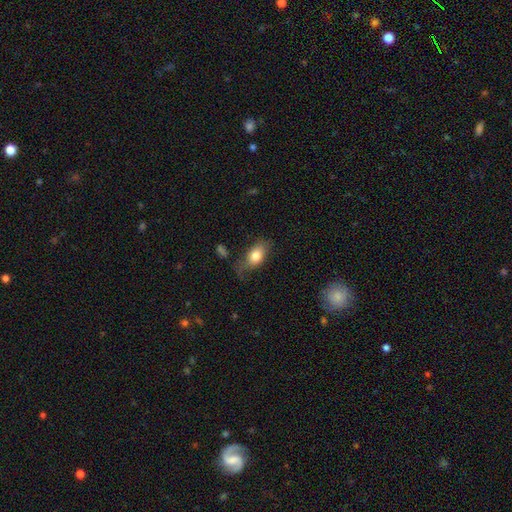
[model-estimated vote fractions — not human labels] Q: Smooth or featured?
A: smooth (78%); runner-up: featured or disk (14%)
Q: How rounded?
A: in between (87%); runner-up: round (9%)
Q: Merging?
A: none (52%); runner-up: minor disturbance (29%)